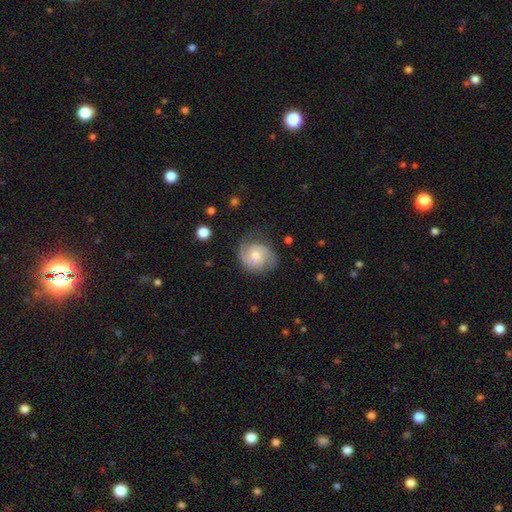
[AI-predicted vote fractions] Smooth or featured? Predicted: featured or disk (p=0.74). Edge-on disk? Predicted: no (p=0.98). Bar? Predicted: no (p=0.62). Spiral arms? Predicted: yes (p=0.95). Spiral winding? Predicted: medium (p=0.45). Spiral arm count? Predicted: 2 (p=0.69). Bulge size? Predicted: moderate (p=0.50). Merging? Predicted: none (p=0.72).